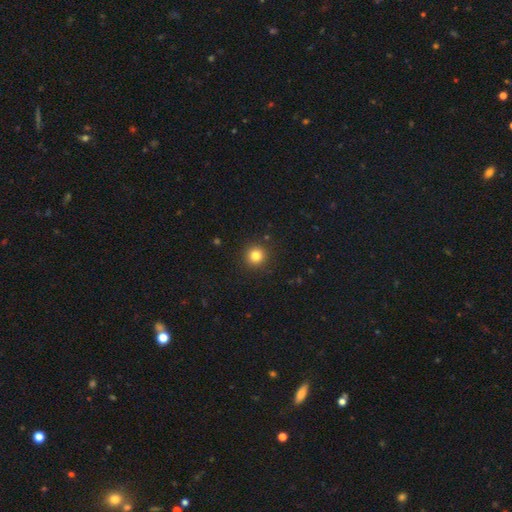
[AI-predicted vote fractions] Smooth or featured: smooth — 82% (star or artifact — 12%)
How rounded: round — 95% (in between — 4%)
Merging: none — 92% (minor disturbance — 5%)